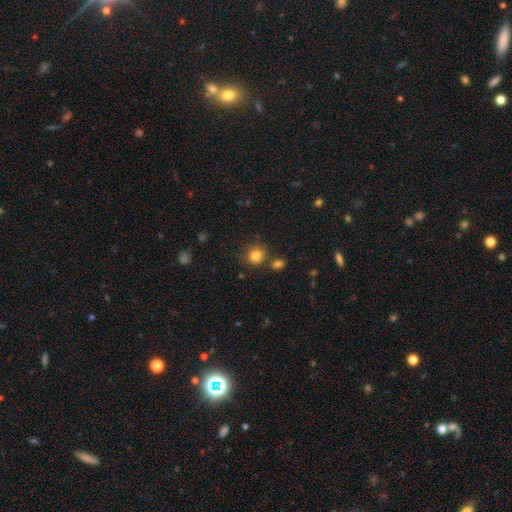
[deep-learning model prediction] Smooth or featured? Predicted: smooth (p=0.83). How rounded? Predicted: round (p=0.82). Merging? Predicted: none (p=0.75).